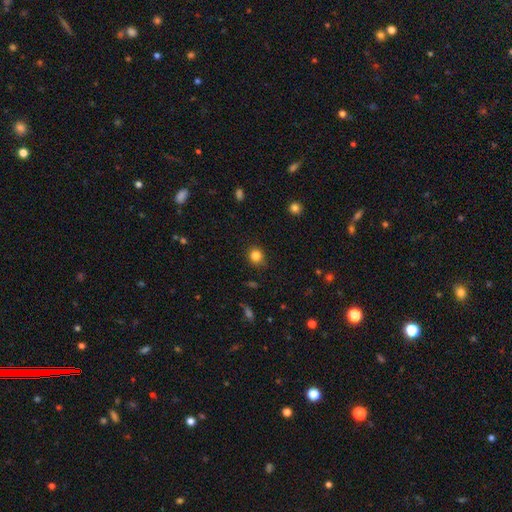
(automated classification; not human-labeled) This is clearly a smooth galaxy (83%). How rounded: clearly round (84%). Merging: clearly none (85%).